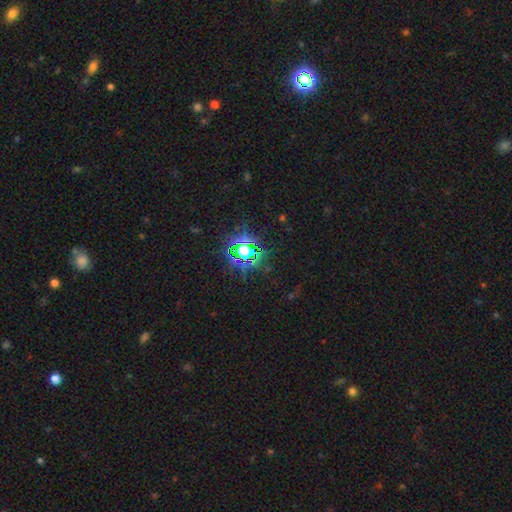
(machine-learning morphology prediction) type=star or artifact (80%).